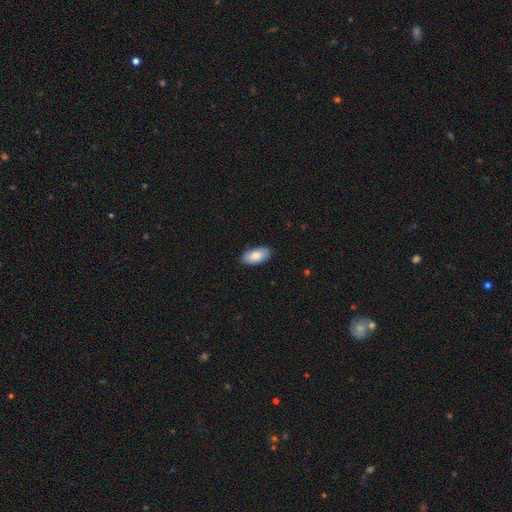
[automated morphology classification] Overall: smooth (82%). How rounded: in between (95%). Merging: none (87%).